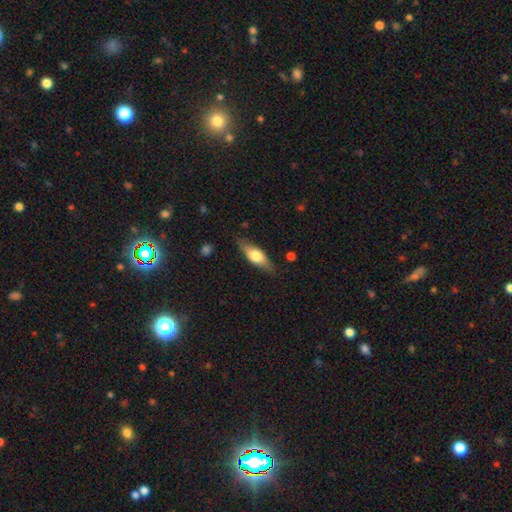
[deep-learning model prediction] Smooth or featured?
  - smooth: 57% *
  - featured or disk: 38%
  - star or artifact: 6%
How rounded?
  - in between: 60% *
  - cigar-shaped: 36%
  - round: 3%
Merging?
  - none: 80% *
  - minor disturbance: 15%
  - major disturbance: 3%
  - merger: 1%